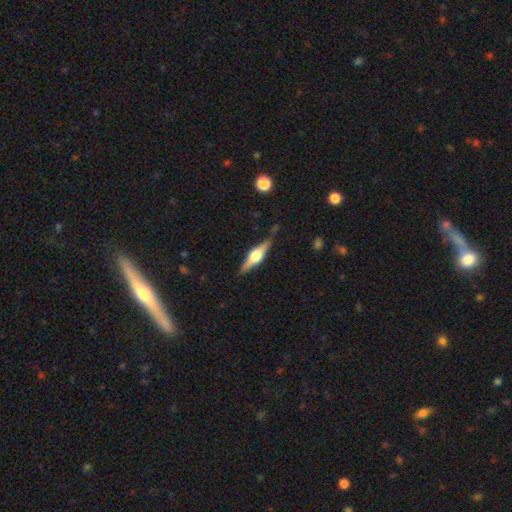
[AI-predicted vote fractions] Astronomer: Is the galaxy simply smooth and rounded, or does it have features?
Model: featured or disk — 76%.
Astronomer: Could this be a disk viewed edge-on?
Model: yes — 97%.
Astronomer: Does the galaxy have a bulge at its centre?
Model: rounded — 90%.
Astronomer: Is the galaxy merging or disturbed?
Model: none — 84%.